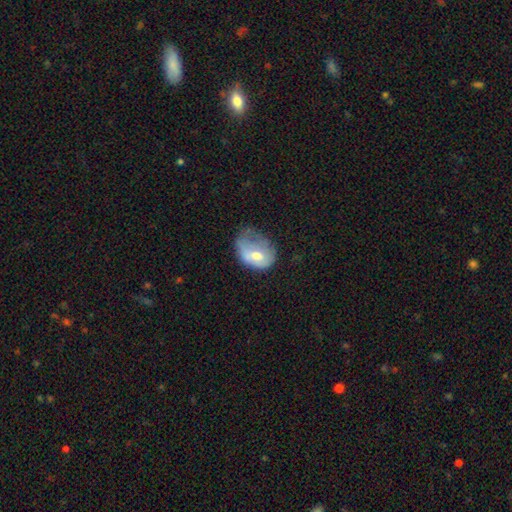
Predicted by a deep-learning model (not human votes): smooth-or-featured: smooth: 59% | featured or disk: 33% | star or artifact: 8%
  how-rounded: in between: 73% | round: 26% | cigar-shaped: 1%
  merging: major disturbance: 45% | minor disturbance: 34% | none: 18% | merger: 3%